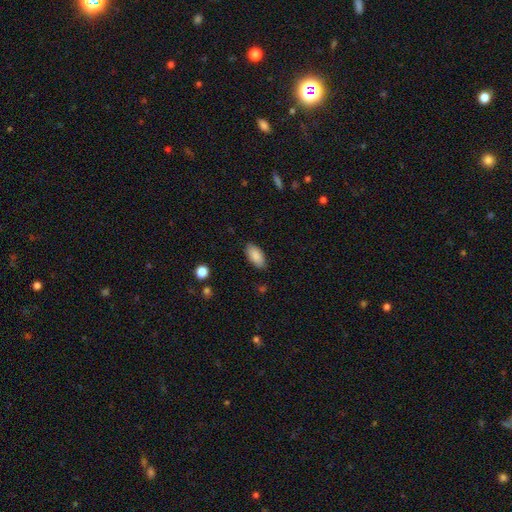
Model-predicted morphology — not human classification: smooth 88%, star or artifact 6%, featured or disk 6%. Down the decision tree: how rounded — in between (93%); merging — none (85%).